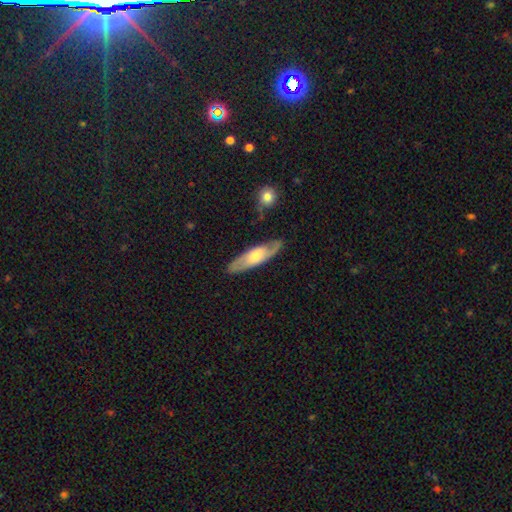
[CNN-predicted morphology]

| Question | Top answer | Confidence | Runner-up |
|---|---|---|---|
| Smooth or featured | featured or disk | 55% | smooth (40%) |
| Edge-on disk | no | 66% | yes (34%) |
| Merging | none | 81% | minor disturbance (14%) |